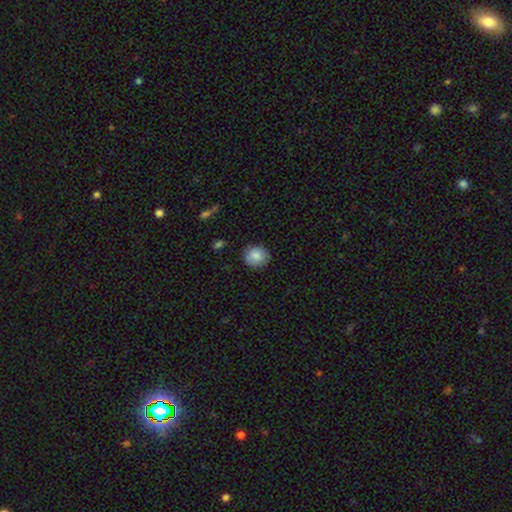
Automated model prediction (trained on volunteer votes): Smooth or featured? Predicted: smooth (p=0.85). How rounded? Predicted: round (p=0.77). Merging? Predicted: none (p=0.85).